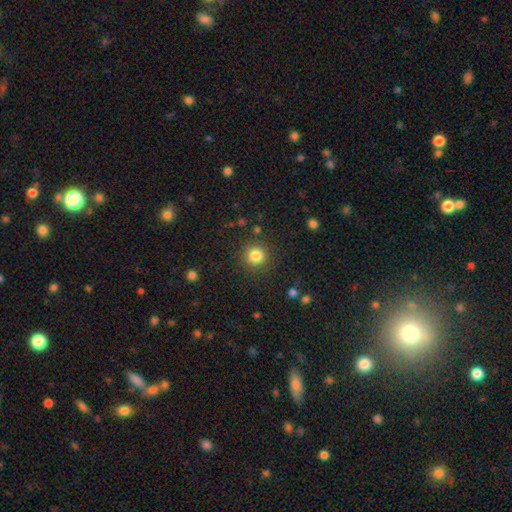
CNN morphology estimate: smooth-or-featured: smooth: 83% | star or artifact: 12% | featured or disk: 5%
  how-rounded: round: 94% | in between: 5% | cigar-shaped: 1%
  merging: none: 89% | minor disturbance: 7% | major disturbance: 3% | merger: 2%